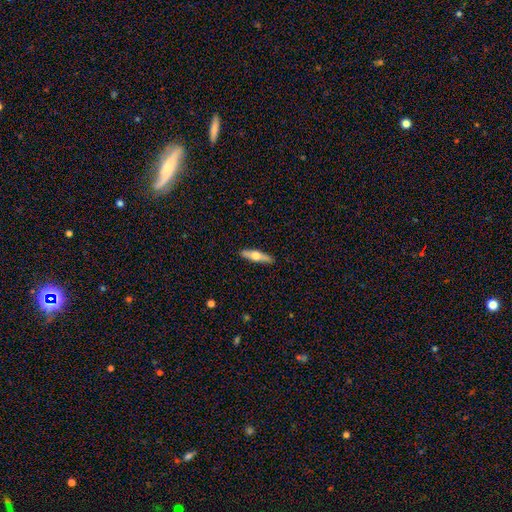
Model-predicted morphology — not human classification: Q: Smooth or featured?
A: smooth (49%); runner-up: featured or disk (46%)
Q: Merging?
A: none (90%); runner-up: minor disturbance (8%)